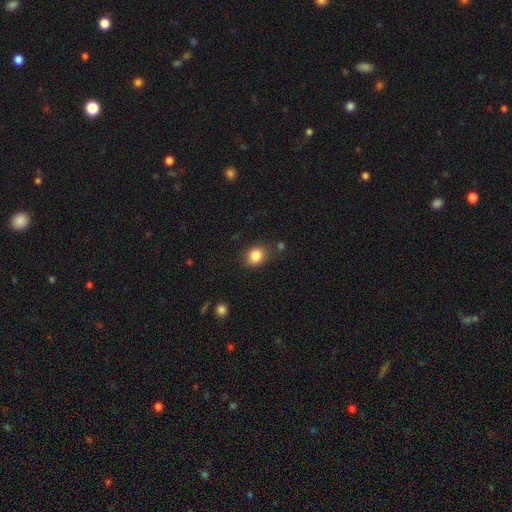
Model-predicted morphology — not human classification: The model was most divided on "how rounded": round: 60%, in between: 39%, cigar-shaped: 1%. More confident: smooth or featured — smooth (84%); merging — none (78%).